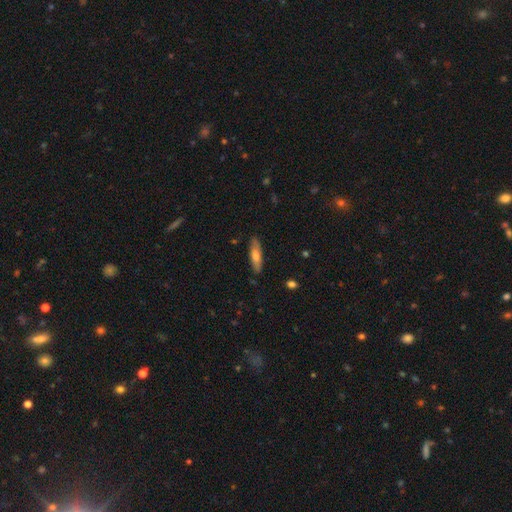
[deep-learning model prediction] Overall: smooth (61%; featured or disk 33%). How rounded: cigar-shaped (59%; in between 39%). Merging: none (83%).